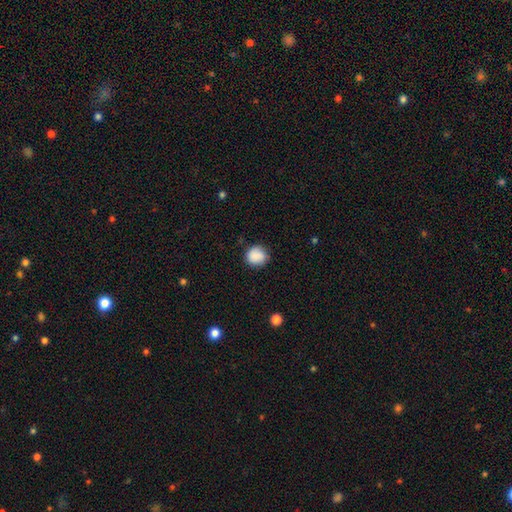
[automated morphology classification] Smooth or featured: smooth — 87% (star or artifact — 8%)
How rounded: round — 86% (in between — 13%)
Merging: none — 82% (minor disturbance — 13%)